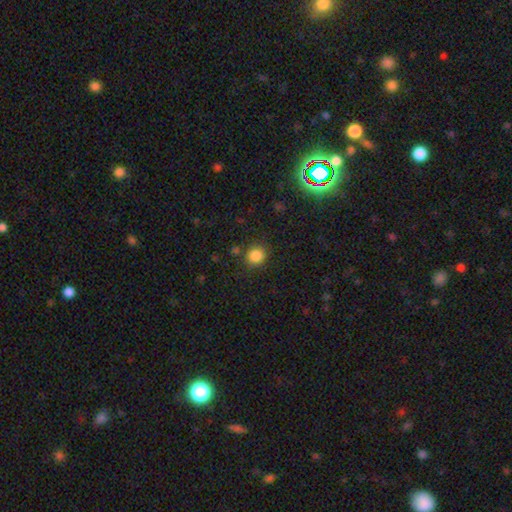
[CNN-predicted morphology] Smooth or featured?
  - smooth: 85% *
  - star or artifact: 11%
  - featured or disk: 4%
How rounded?
  - round: 83% *
  - in between: 16%
  - cigar-shaped: 1%
Merging?
  - none: 83% *
  - minor disturbance: 10%
  - merger: 4%
  - major disturbance: 3%